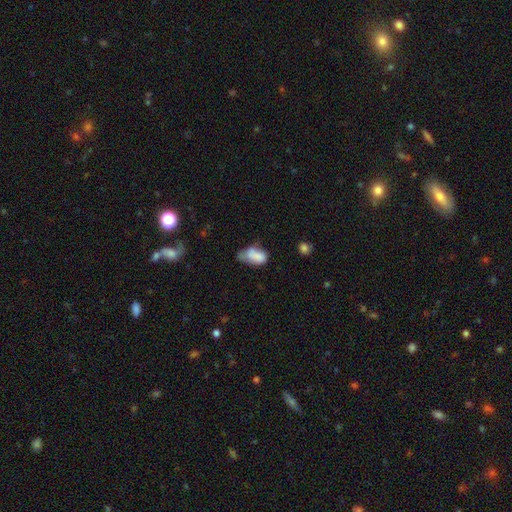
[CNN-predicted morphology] Smooth or featured? Predicted: smooth (p=0.74). How rounded? Predicted: in between (p=0.90). Merging? Predicted: minor disturbance (p=0.34).